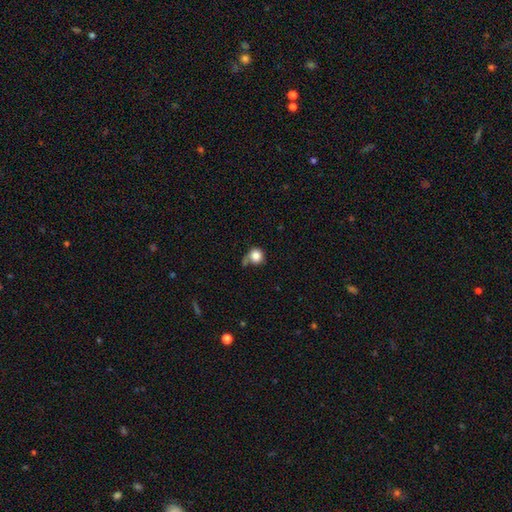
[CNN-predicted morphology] Smooth or featured? smooth (84%)
How rounded? round (88%)
Merging? none (52%)